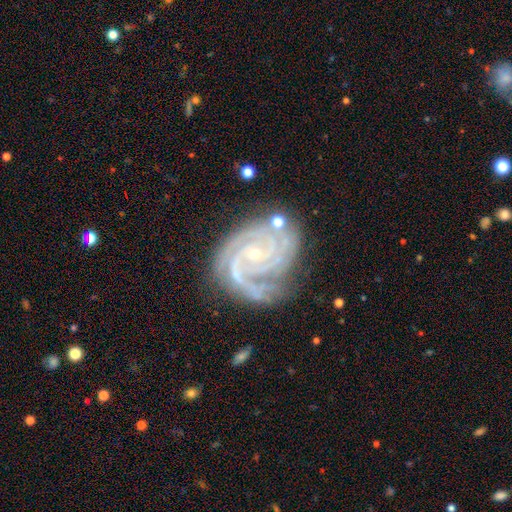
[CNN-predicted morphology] smooth-or-featured: featured or disk: 91% | star or artifact: 6% | smooth: 3%
  disk-edge-on: no: 98% | yes: 2%
    bar: no: 66% | weak: 24% | strong: 10%
    has-spiral-arms: yes: 99% | no: 1%
      spiral-winding: tight: 74% | medium: 24% | loose: 3%
      spiral-arm-count: 3: 44% | 4: 19% | 2: 18% | can't tell: 8% | more than 4: 6% | 1: 5%
    bulge-size: small: 81% | moderate: 16% | none: 1% | large: 1% | dominant: 1%
  merging: none: 68% | minor disturbance: 21% | major disturbance: 7% | merger: 4%